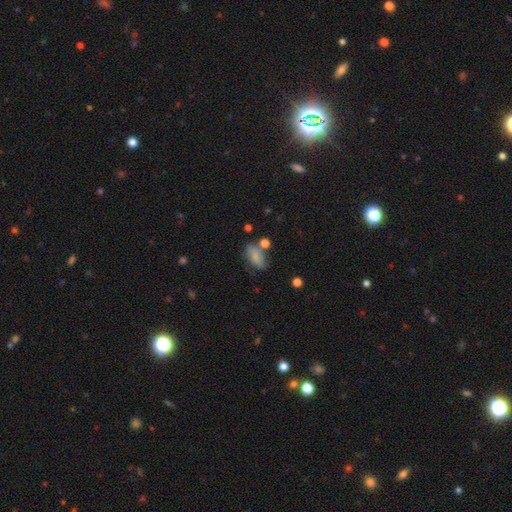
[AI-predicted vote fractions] A smooth galaxy with no disk features (73%) that is in between round and cigar-shaped (86%).

Vote fractions:
- Smooth or featured? smooth: 73% / featured or disk: 17% / star or artifact: 10%
- How rounded? in between: 86% / round: 9% / cigar-shaped: 6%
- Merging? none: 54% / minor disturbance: 24% / merger: 12% / major disturbance: 9%